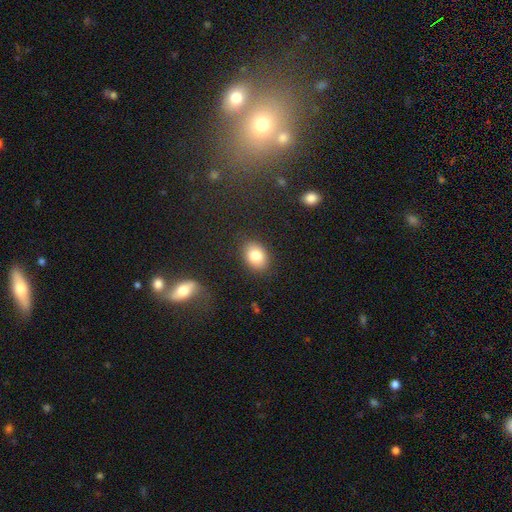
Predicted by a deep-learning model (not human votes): Overall: smooth (82%). How rounded: in between (70%). Merging: none (86%).